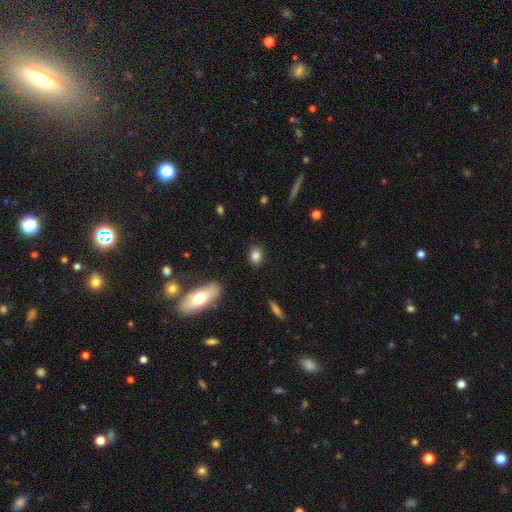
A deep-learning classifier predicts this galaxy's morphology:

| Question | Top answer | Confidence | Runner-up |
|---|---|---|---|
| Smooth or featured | smooth | 84% | star or artifact (9%) |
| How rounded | round | 50% | in between (47%) |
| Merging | none | 85% | minor disturbance (10%) |